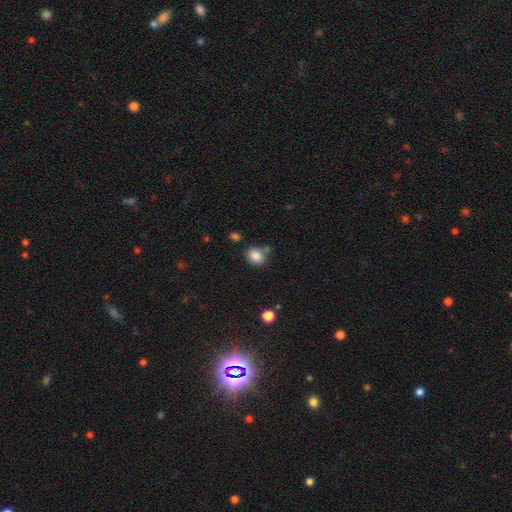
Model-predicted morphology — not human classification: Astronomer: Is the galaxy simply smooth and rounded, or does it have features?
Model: smooth — 86%.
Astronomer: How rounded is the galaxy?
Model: in between — 57% (runner-up: round, 42%).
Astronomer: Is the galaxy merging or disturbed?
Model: none — 68%.